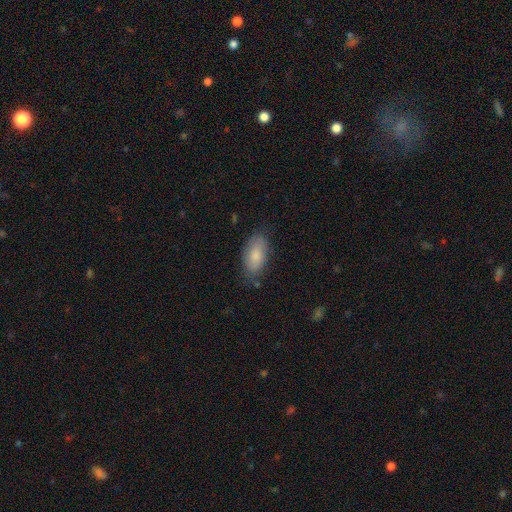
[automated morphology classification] This appears to be a smooth galaxy with no disk features (79%) that is in between round and cigar-shaped (93%). Merging: none (75%).